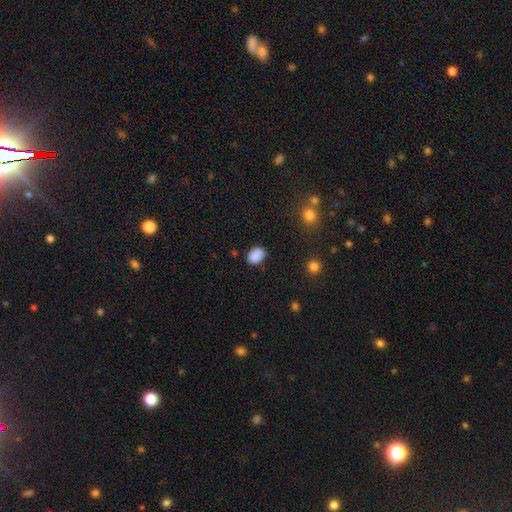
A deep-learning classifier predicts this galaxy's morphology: Overall: smooth (87%). How rounded: in between (72%). Merging: none (75%).